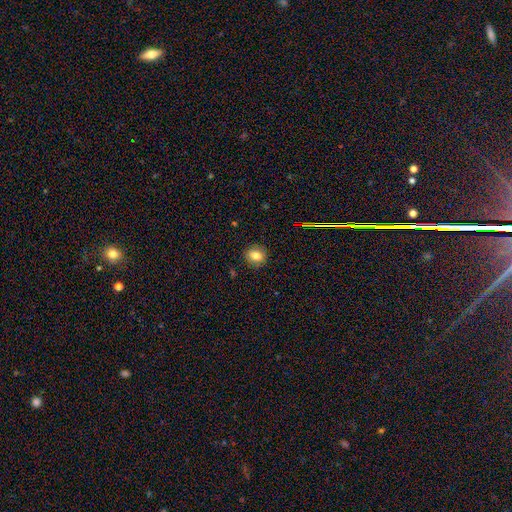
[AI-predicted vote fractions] This is likely a smooth galaxy (79%). How rounded: likely round (78%). Merging: clearly none (89%).